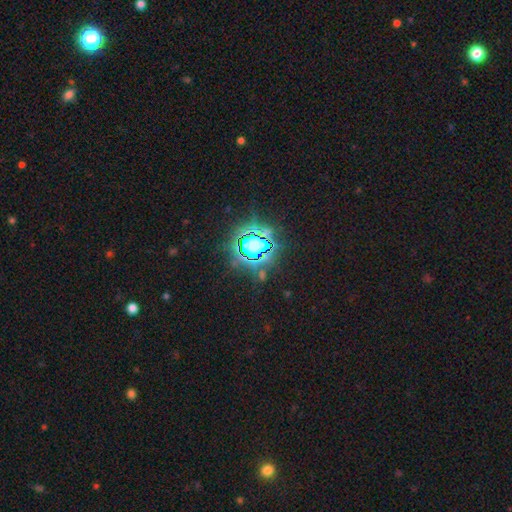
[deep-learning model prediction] A star or artifact, not a galaxy (73%).

Vote fractions:
- Smooth or featured? star or artifact: 73% / smooth: 17% / featured or disk: 10%